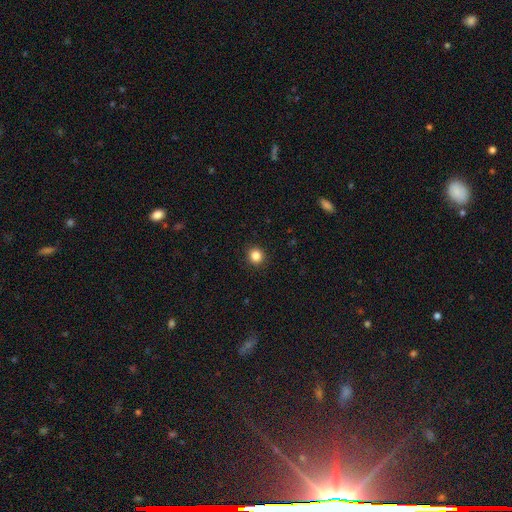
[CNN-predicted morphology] A smooth galaxy with no disk features (85%) that is round (92%). Merging: none (93%).